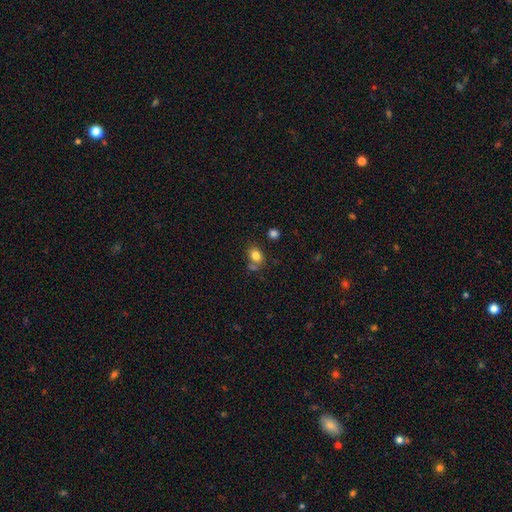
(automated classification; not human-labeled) Smooth or featured?
  - smooth: 81% *
  - star or artifact: 11%
  - featured or disk: 8%
How rounded?
  - in between: 62% *
  - round: 37%
  - cigar-shaped: 1%
Merging?
  - none: 62% *
  - merger: 17%
  - minor disturbance: 16%
  - major disturbance: 5%